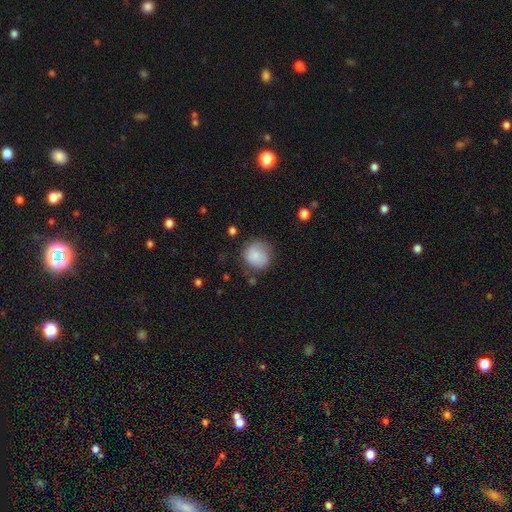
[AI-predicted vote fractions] smooth 82%, featured or disk 10%, star or artifact 8%. Down the decision tree: how rounded — round (88%); merging — none (71%).